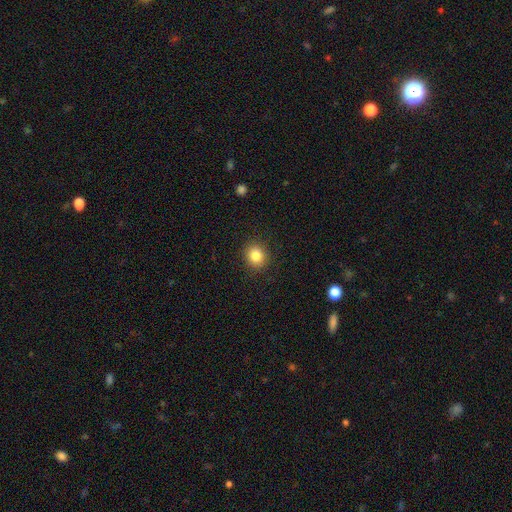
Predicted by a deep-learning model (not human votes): smooth_or_featured: smooth (p=0.84) [alt: star or artifact p=0.10]
how_rounded: round (p=0.80) [alt: in between p=0.19]
merging: none (p=0.90) [alt: minor disturbance p=0.07]